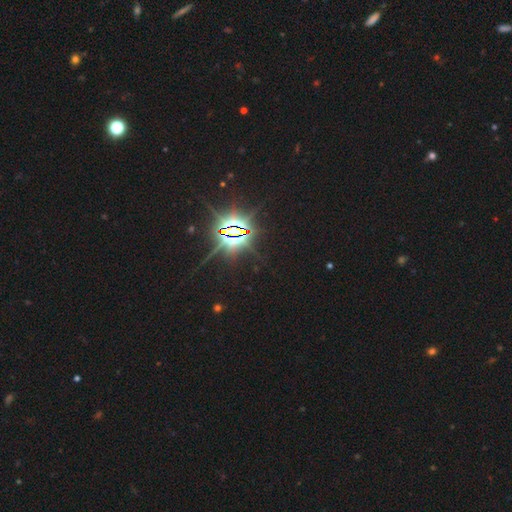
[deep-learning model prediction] star or artifact 87%, smooth 7%, featured or disk 6%.